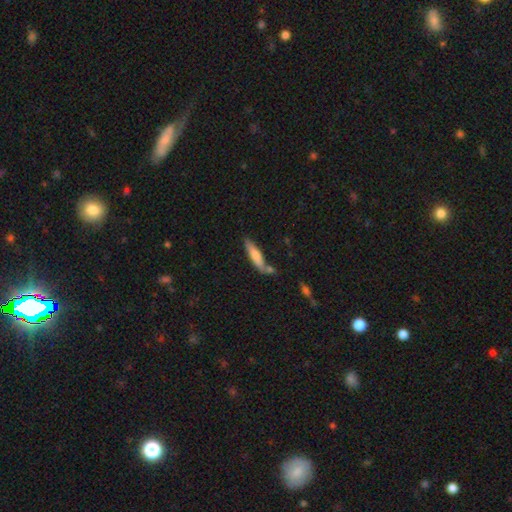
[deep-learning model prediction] smooth 68%, featured or disk 26%, star or artifact 6%. Down the decision tree: how rounded — cigar-shaped (79%); merging — none (64%).